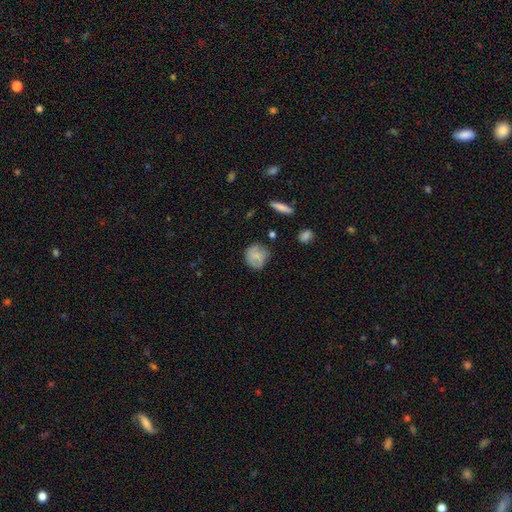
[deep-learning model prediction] Overall: smooth (74%). How rounded: round (81%). Merging: none (69%).